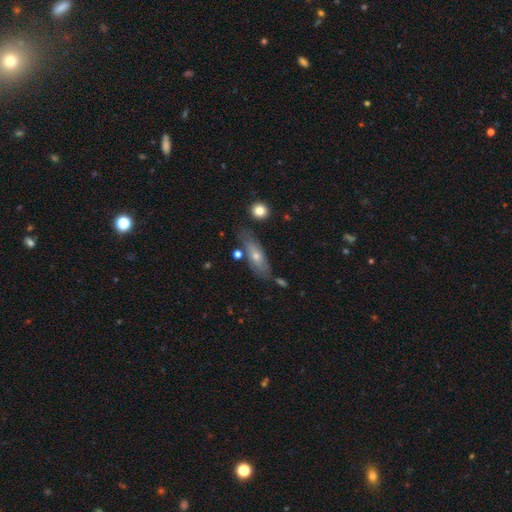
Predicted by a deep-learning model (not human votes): Smooth or featured? Predicted: smooth (p=0.48). Merging? Predicted: none (p=0.73).